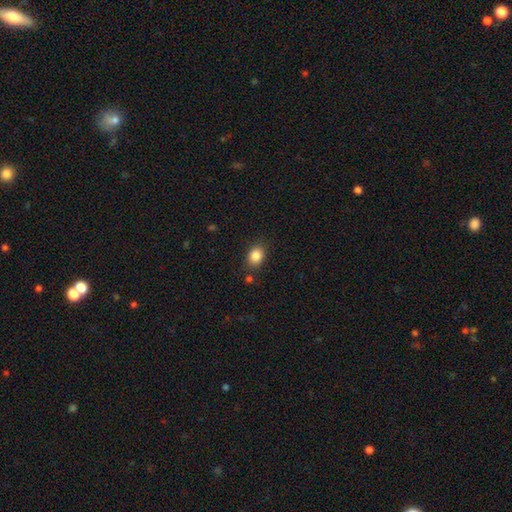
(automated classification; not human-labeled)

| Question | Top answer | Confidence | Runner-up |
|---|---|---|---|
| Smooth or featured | smooth | 86% | star or artifact (9%) |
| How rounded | in between | 60% | round (39%) |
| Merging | none | 81% | minor disturbance (12%) |